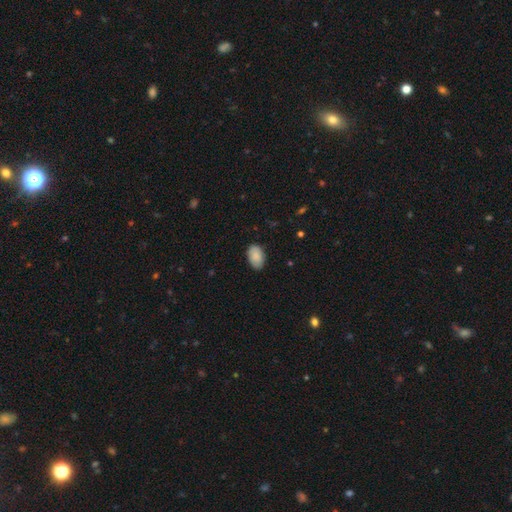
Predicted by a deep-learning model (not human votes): smooth_or_featured: smooth (p=0.88) [alt: star or artifact p=0.06]
how_rounded: in between (p=0.91) [alt: round p=0.08]
merging: none (p=0.84) [alt: minor disturbance p=0.13]